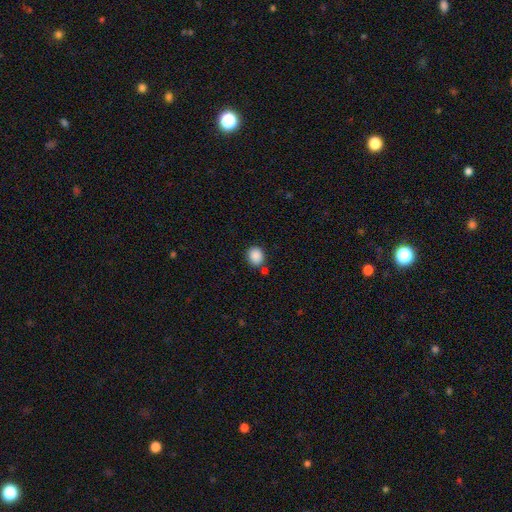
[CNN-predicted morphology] Smooth or featured?
  - smooth: 88% *
  - star or artifact: 9%
  - featured or disk: 3%
How rounded?
  - round: 72% *
  - in between: 27%
  - cigar-shaped: 1%
Merging?
  - none: 78% *
  - minor disturbance: 11%
  - merger: 8%
  - major disturbance: 3%